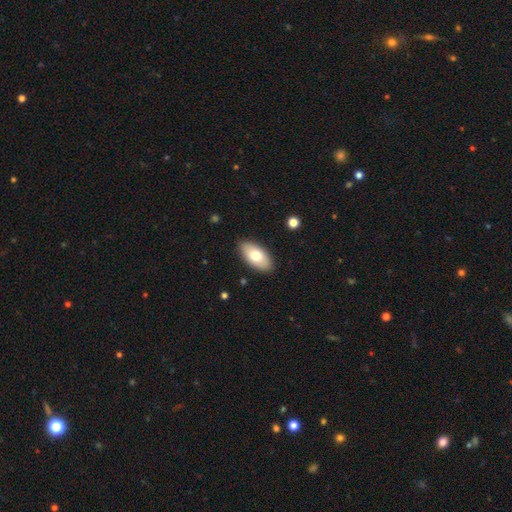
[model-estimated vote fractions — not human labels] This appears to be a smooth galaxy with no disk features (75%) that is in between round and cigar-shaped (94%). Merging: none (88%).